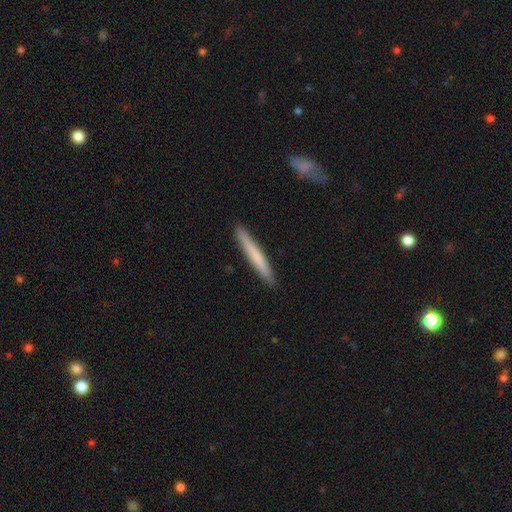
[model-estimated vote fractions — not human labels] This appears to be a smooth galaxy with no disk features (66%) that is cigar-shaped (97%). Merging: none (91%).